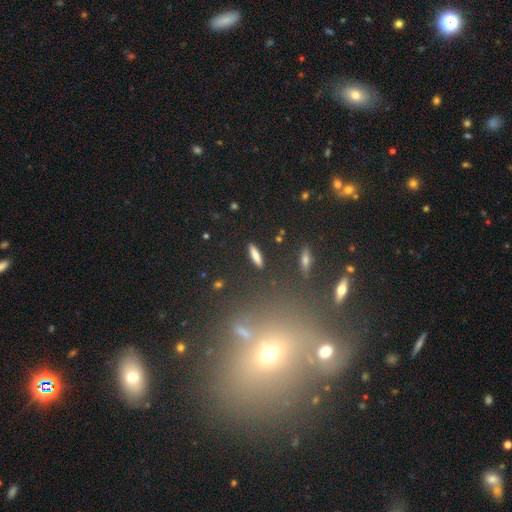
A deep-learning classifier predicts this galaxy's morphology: The model was most divided on "how rounded": cigar-shaped: 69%, in between: 29%, round: 3%. More confident: merging — none (88%); smooth or featured — smooth (76%).